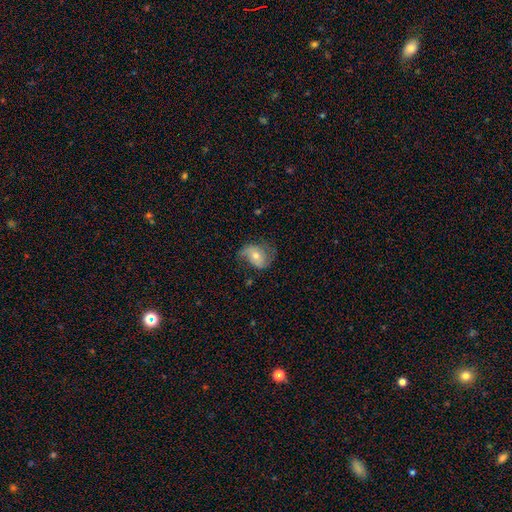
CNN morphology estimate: smooth-or-featured: featured or disk: 55% | smooth: 37% | star or artifact: 8%
  disk-edge-on: no: 96% | yes: 4%
    bar: no: 63% | weak: 26% | strong: 10%
    has-spiral-arms: yes: 80% | no: 20%
    bulge-size: moderate: 54% | small: 40% | large: 3% | none: 1% | dominant: 1%
  merging: none: 50% | minor disturbance: 29% | major disturbance: 20% | merger: 2%